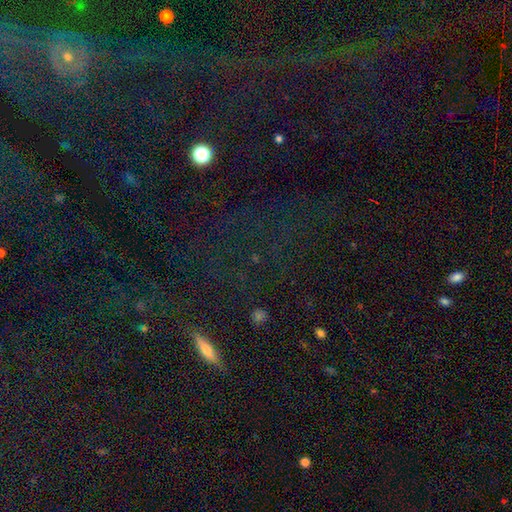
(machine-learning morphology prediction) A star or artifact, not a galaxy (60%).